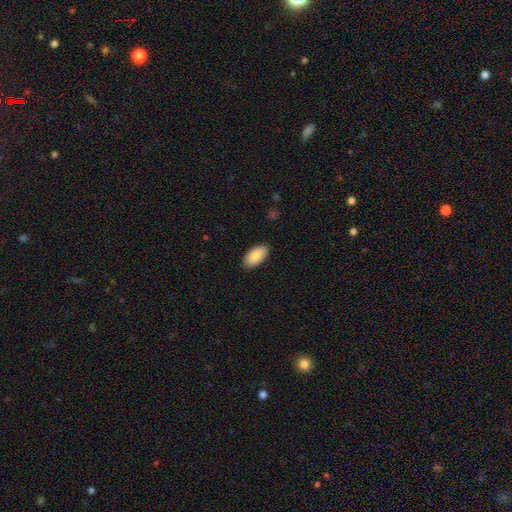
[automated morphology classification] type=smooth (87%); roundness=in between (95%); merging=none (88%).